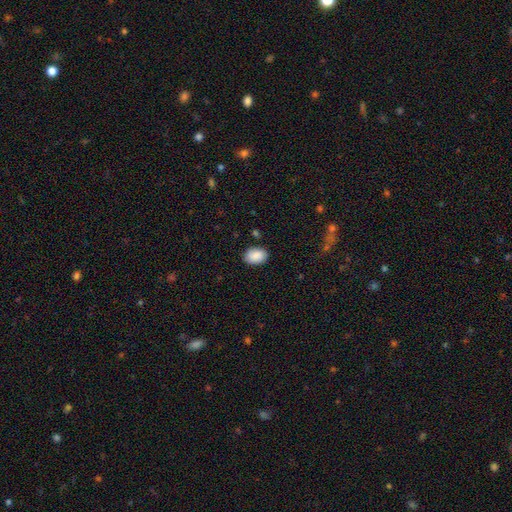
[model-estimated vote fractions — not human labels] This appears to be a smooth galaxy with no disk features (90%) that is in between round and cigar-shaped (80%). Merging: none (86%).